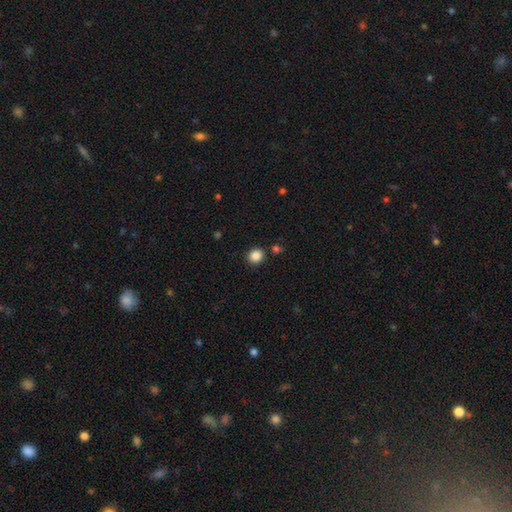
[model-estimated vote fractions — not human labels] smooth 86%, star or artifact 10%, featured or disk 3%. Down the decision tree: how rounded — round (81%); merging — none (87%).